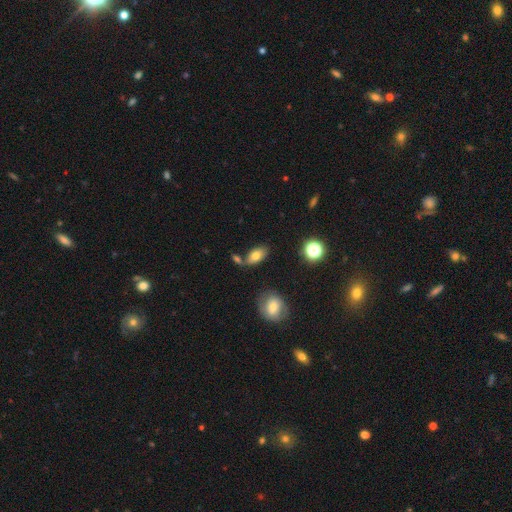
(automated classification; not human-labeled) Smooth or featured? Predicted: smooth (p=0.75). How rounded? Predicted: in between (p=0.90). Merging? Predicted: none (p=0.59).